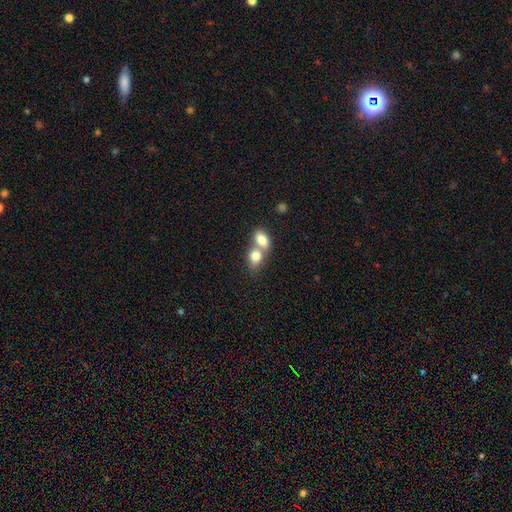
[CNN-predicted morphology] smooth 79%, featured or disk 13%, star or artifact 8%. Down the decision tree: how rounded — in between (71%); merging — merger (70%).